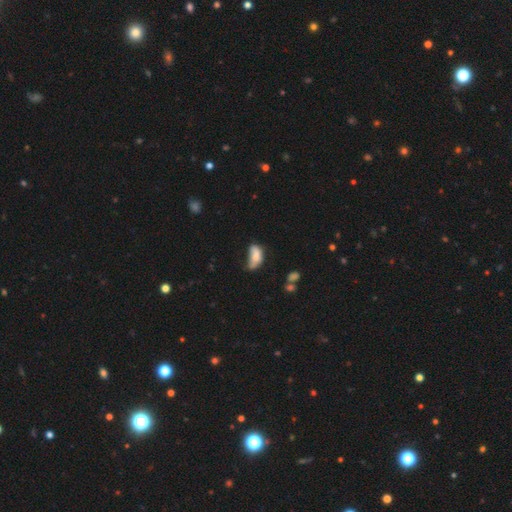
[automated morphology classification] Smooth or featured? Predicted: smooth (p=0.69). How rounded? Predicted: in between (p=0.89). Merging? Predicted: minor disturbance (p=0.34).